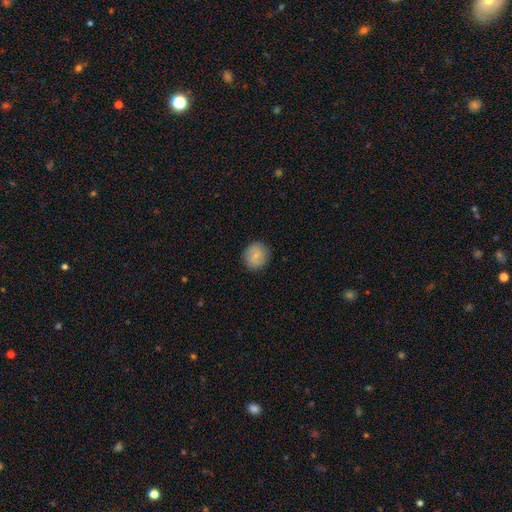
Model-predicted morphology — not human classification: Q: Smooth or featured?
A: smooth (81%); runner-up: featured or disk (12%)
Q: How rounded?
A: round (87%); runner-up: in between (12%)
Q: Merging?
A: none (88%); runner-up: minor disturbance (9%)